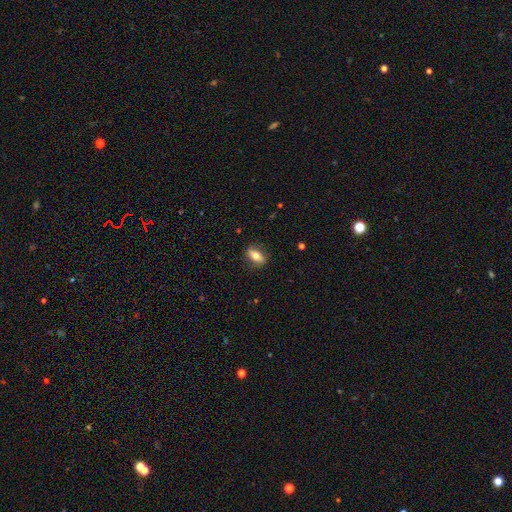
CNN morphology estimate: Q: Smooth or featured?
A: smooth (61%); runner-up: featured or disk (31%)
Q: How rounded?
A: in between (73%); runner-up: cigar-shaped (17%)
Q: Merging?
A: none (85%); runner-up: minor disturbance (11%)